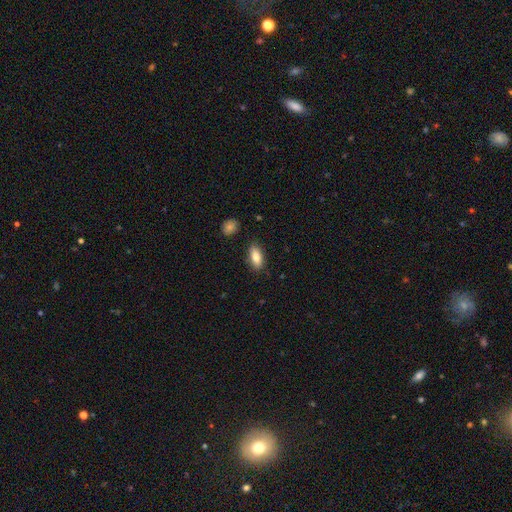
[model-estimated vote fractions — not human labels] Smooth or featured: smooth — 81% (featured or disk — 12%)
How rounded: in between — 84% (cigar-shaped — 13%)
Merging: none — 85% (minor disturbance — 11%)